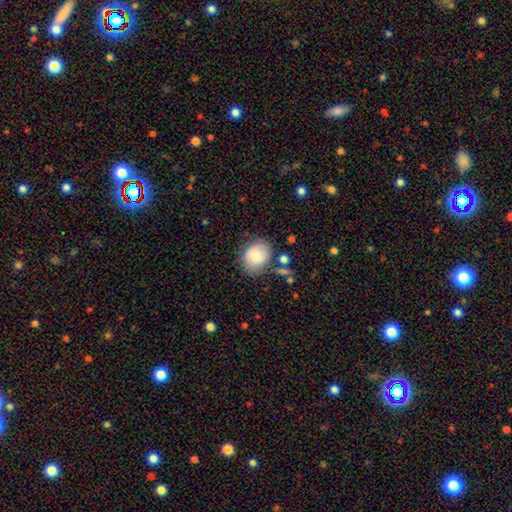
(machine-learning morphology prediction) Q: Smooth or featured?
A: smooth (80%); runner-up: featured or disk (13%)
Q: How rounded?
A: round (53%); runner-up: in between (47%)
Q: Merging?
A: none (70%); runner-up: minor disturbance (19%)